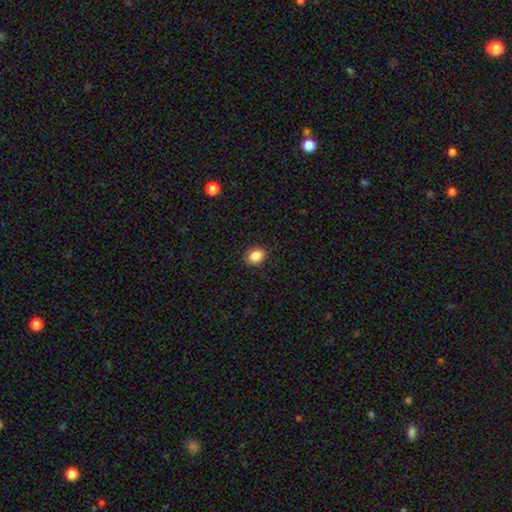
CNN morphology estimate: A smooth galaxy with no disk features (88%) that is in between round and cigar-shaped (64%). Merging: none (89%).